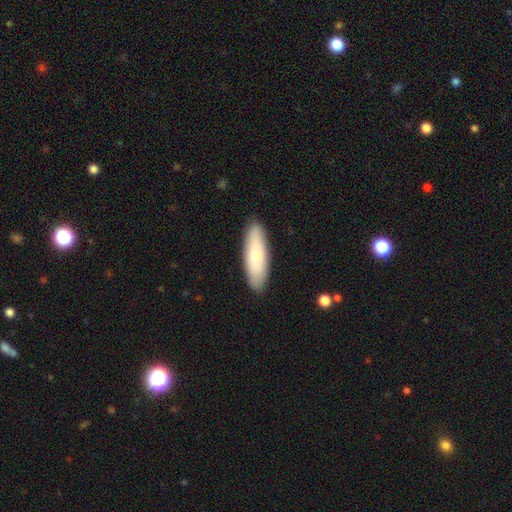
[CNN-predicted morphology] smooth_or_featured: smooth (p=0.71) [alt: featured or disk p=0.24]
how_rounded: cigar-shaped (p=0.52) [alt: in between p=0.46]
merging: none (p=0.88) [alt: minor disturbance p=0.09]